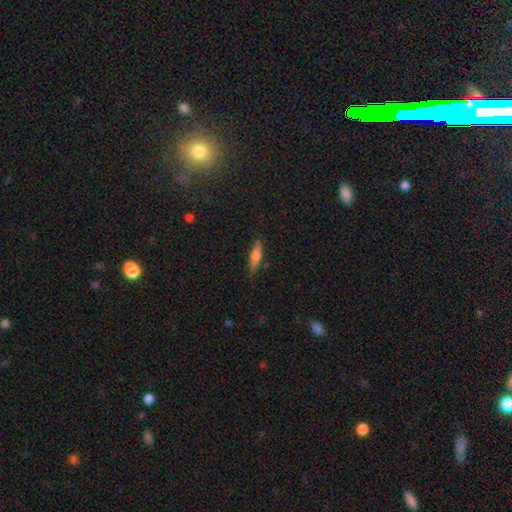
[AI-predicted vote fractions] This is likely a smooth galaxy (66%). How rounded: likely cigar-shaped (66%). Merging: clearly none (82%).